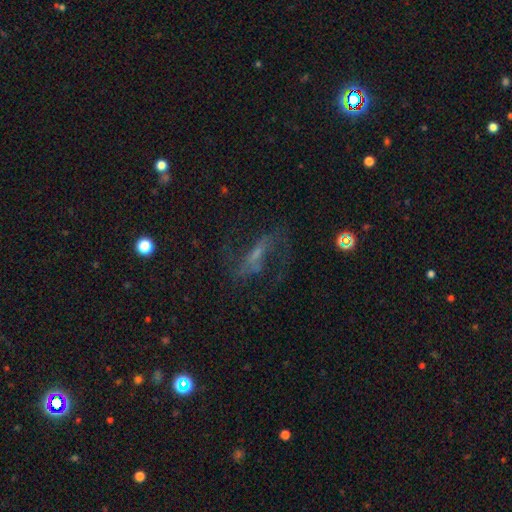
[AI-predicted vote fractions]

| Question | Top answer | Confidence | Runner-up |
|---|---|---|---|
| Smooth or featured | featured or disk | 61% | smooth (20%) |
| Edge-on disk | no | 86% | yes (14%) |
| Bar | weak | 38% | no (33%) |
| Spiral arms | yes | 72% | no (28%) |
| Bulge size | small | 47% | none (26%) |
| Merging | none | 55% | major disturbance (25%) |